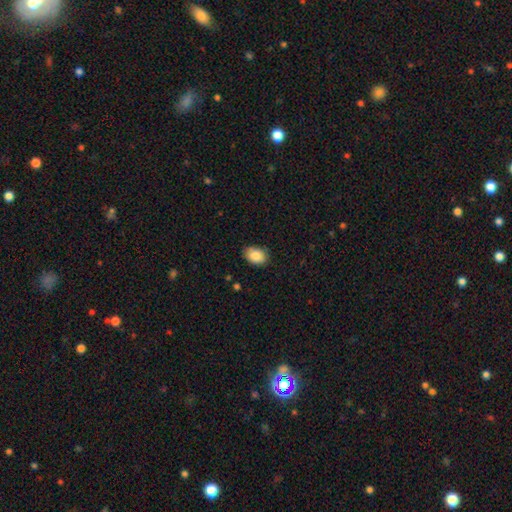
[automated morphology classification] Smooth or featured?
  - smooth: 87% *
  - star or artifact: 7%
  - featured or disk: 5%
How rounded?
  - in between: 81% *
  - round: 18%
  - cigar-shaped: 1%
Merging?
  - none: 82% *
  - minor disturbance: 15%
  - major disturbance: 2%
  - merger: 1%